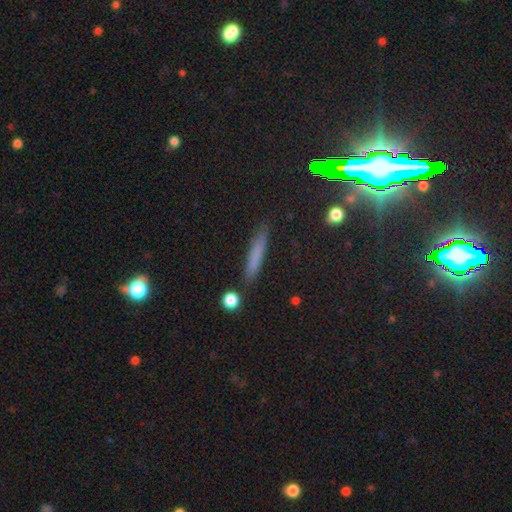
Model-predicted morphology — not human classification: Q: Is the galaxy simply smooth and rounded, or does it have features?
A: smooth — 67%.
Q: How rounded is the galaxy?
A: cigar-shaped — 92%.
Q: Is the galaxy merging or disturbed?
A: none — 87%.